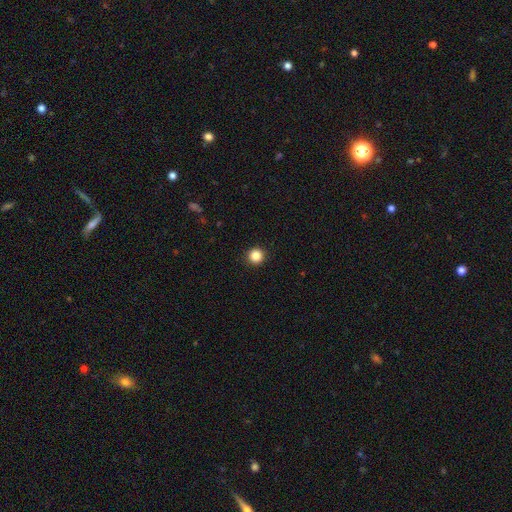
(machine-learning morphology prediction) Q: Smooth or featured?
A: smooth (86%); runner-up: star or artifact (11%)
Q: How rounded?
A: round (96%); runner-up: in between (3%)
Q: Merging?
A: none (93%); runner-up: minor disturbance (4%)